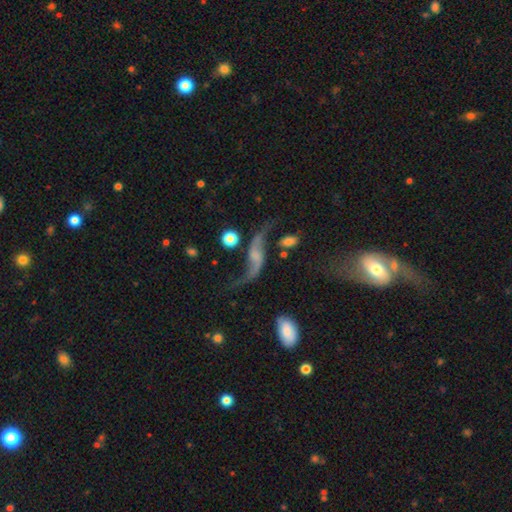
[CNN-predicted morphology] Smooth or featured? featured or disk (86%)
Edge-on disk? no (94%)
Bar? no (53%)
Spiral arms? yes (96%)
Spiral winding? loose (94%)
Spiral arm count? 2 (94%)
Bulge size? none (40%)
Merging? none (65%)